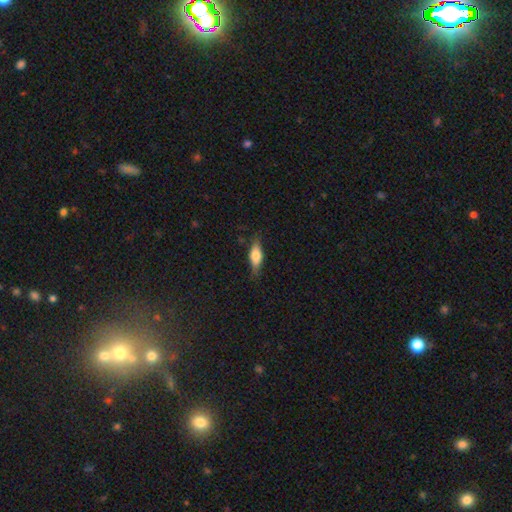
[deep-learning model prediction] A smooth galaxy with no disk features (62%) that is in between round and cigar-shaped (64%). Merging: none (77%).